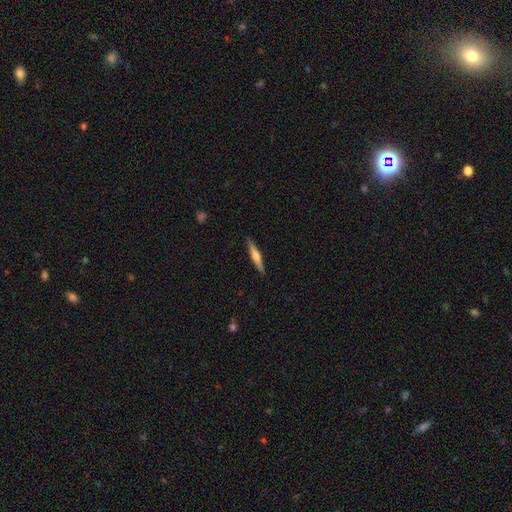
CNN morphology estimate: Smooth or featured: smooth — 51% (featured or disk — 44%)
How rounded: cigar-shaped — 91% (in between — 7%)
Merging: none — 89% (minor disturbance — 8%)